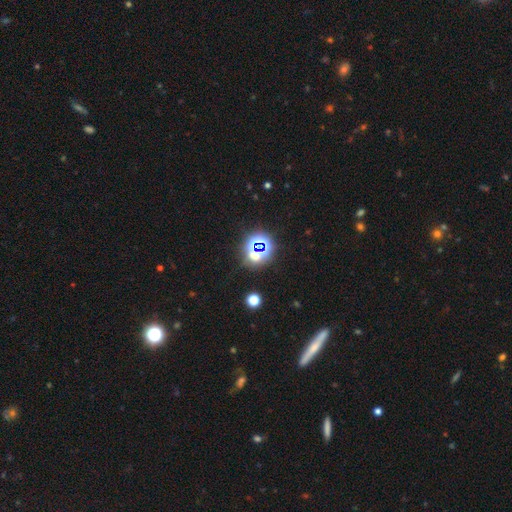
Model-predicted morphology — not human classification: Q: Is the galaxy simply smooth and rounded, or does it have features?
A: star or artifact — 70%.